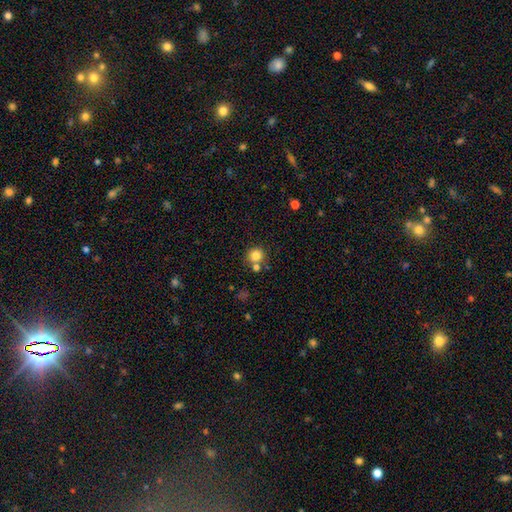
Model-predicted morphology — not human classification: Overall: smooth (82%). How rounded: round (92%). Merging: none (69%).